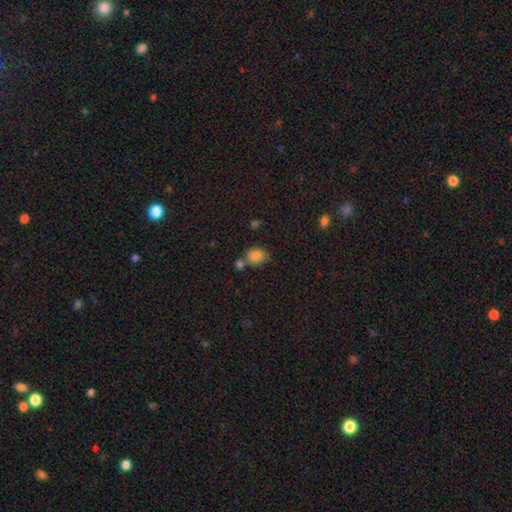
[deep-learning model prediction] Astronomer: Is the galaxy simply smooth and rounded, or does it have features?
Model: smooth — 84%.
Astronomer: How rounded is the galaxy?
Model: in between — 54% (runner-up: round, 45%).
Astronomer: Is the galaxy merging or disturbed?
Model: none — 57%.